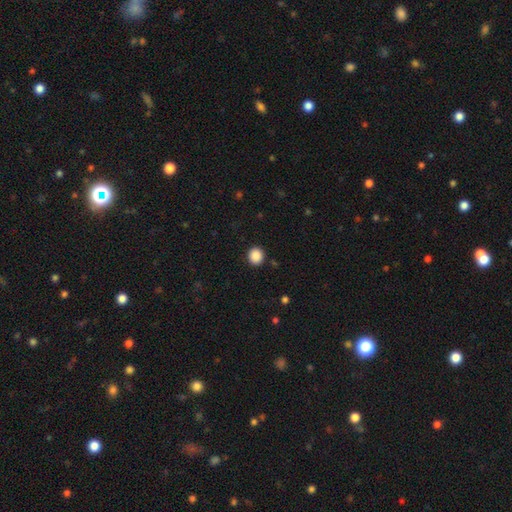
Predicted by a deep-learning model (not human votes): smooth-or-featured: smooth: 89% | star or artifact: 9% | featured or disk: 2%
  how-rounded: round: 85% | in between: 14% | cigar-shaped: 1%
  merging: none: 91% | minor disturbance: 6% | major disturbance: 2% | merger: 1%